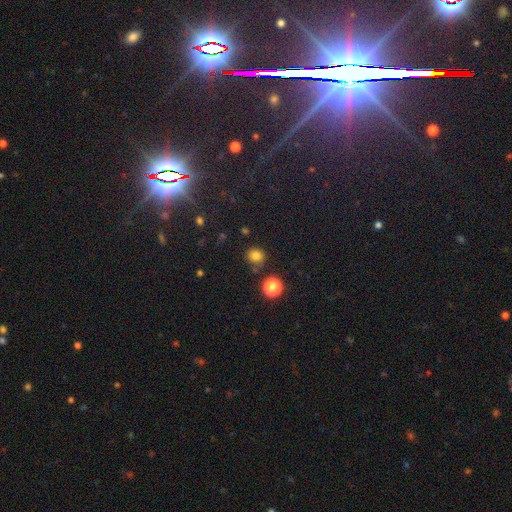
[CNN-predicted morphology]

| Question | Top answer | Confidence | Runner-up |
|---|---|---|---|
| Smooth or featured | smooth | 79% | star or artifact (16%) |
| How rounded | round | 86% | in between (13%) |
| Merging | none | 81% | minor disturbance (10%) |